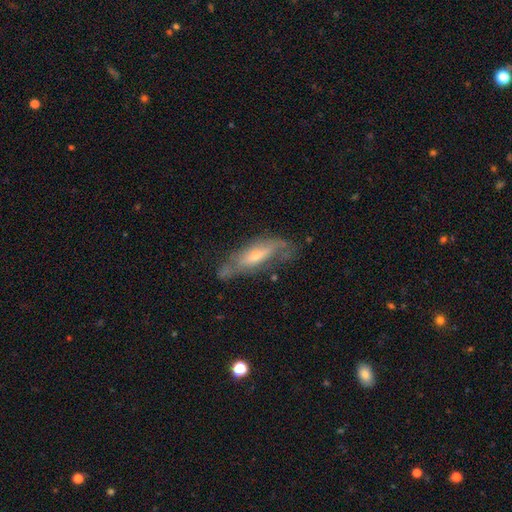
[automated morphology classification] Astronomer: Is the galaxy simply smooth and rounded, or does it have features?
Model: featured or disk — 62%.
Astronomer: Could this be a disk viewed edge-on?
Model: no — 57% (runner-up: yes, 43%).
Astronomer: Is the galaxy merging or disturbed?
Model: none — 55%.